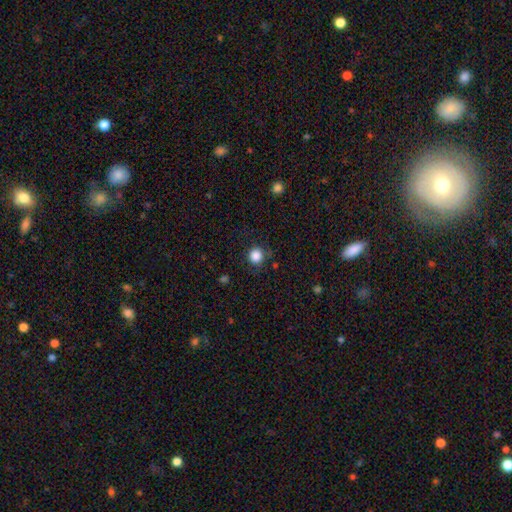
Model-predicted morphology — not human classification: type=smooth (86%); roundness=round (92%); merging=none (83%).